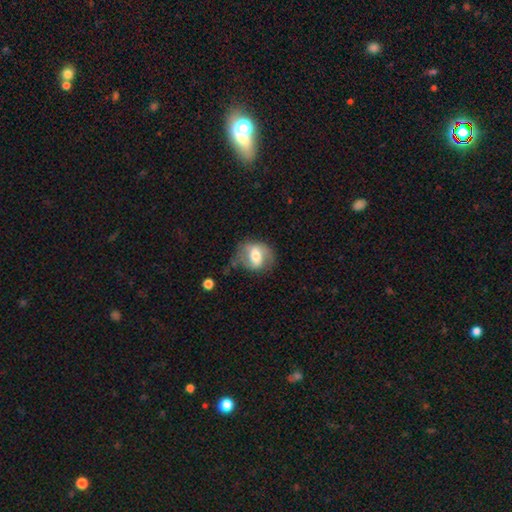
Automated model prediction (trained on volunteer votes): The model was most divided on "smooth or featured": featured or disk: 49%, smooth: 44%, star or artifact: 7%. More confident: merging — none (52%).